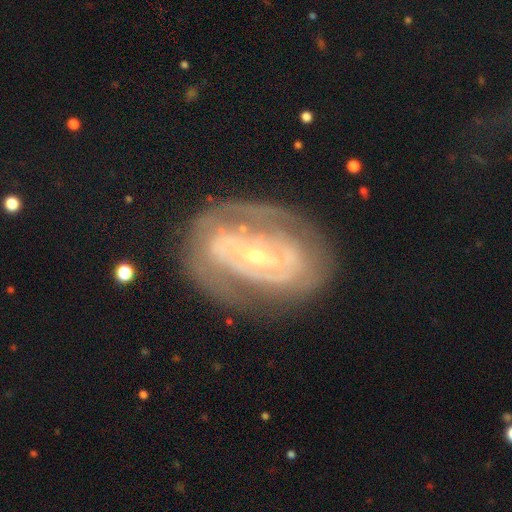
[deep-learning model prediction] Smooth or featured? Predicted: featured or disk (p=0.82). Edge-on disk? Predicted: no (p=0.94). Bar? Predicted: strong (p=0.39). Spiral arms? Predicted: yes (p=0.74). Spiral winding? Predicted: tight (p=0.62). Spiral arm count? Predicted: 2 (p=0.41). Bulge size? Predicted: small (p=0.74). Merging? Predicted: none (p=0.71).